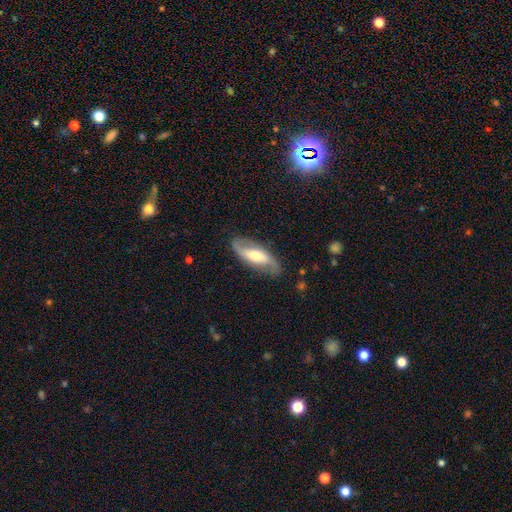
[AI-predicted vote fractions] Smooth or featured? Predicted: featured or disk (p=0.69). Edge-on disk? Predicted: no (p=0.87). Bar? Predicted: weak (p=0.38). Spiral arms? Predicted: yes (p=0.88). Spiral winding? Predicted: loose (p=0.56). Spiral arm count? Predicted: 2 (p=0.89). Bulge size? Predicted: moderate (p=0.59). Merging? Predicted: none (p=0.80).